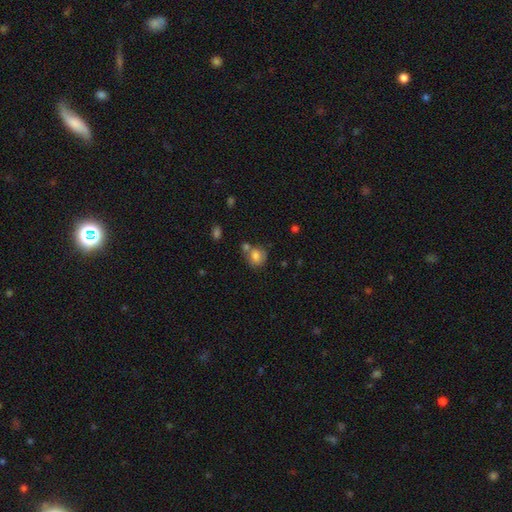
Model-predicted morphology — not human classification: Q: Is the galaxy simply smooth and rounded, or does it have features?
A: smooth — 79%.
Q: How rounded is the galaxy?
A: round — 74%.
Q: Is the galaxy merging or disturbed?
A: none — 51%.